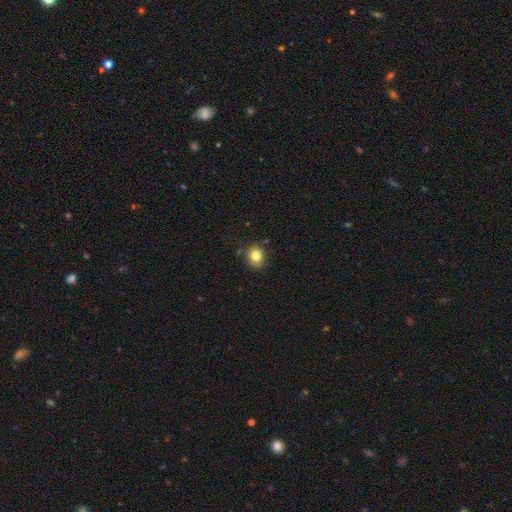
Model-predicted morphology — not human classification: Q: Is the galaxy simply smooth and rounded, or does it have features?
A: smooth — 82%.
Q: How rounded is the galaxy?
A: round — 63%.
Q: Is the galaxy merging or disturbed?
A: none — 84%.